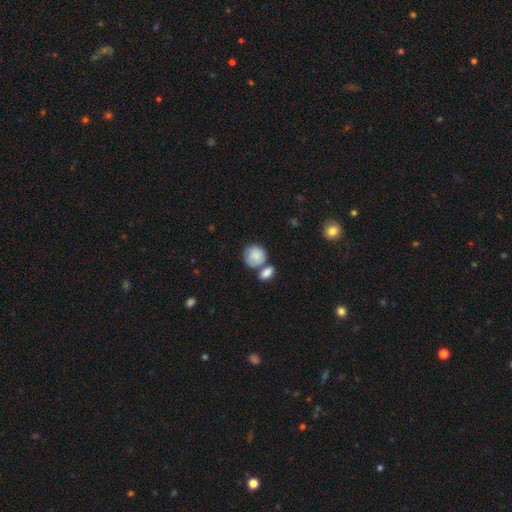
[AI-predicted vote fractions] Smooth or featured? smooth (82%)
How rounded? round (78%)
Merging? none (44%)